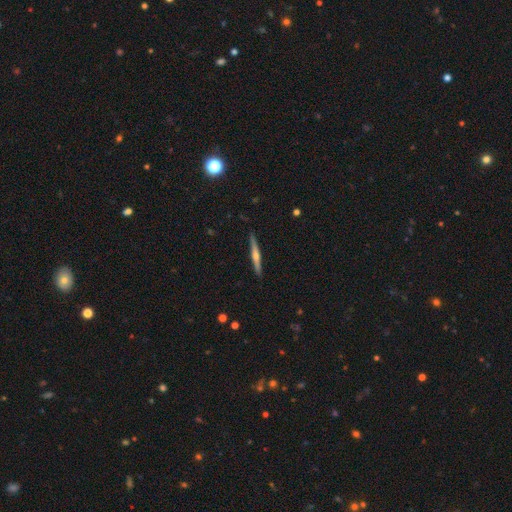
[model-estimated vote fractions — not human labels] Smooth or featured? Predicted: featured or disk (p=0.68). Edge-on disk? Predicted: yes (p=0.98). Edge-on bulge? Predicted: rounded (p=0.84). Merging? Predicted: none (p=0.91).